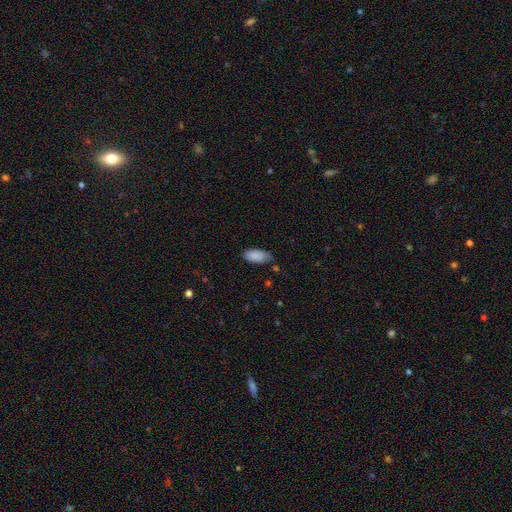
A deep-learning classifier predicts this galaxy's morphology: A smooth galaxy with no disk features (87%) that is in between round and cigar-shaped (92%). Merging: none (65%).